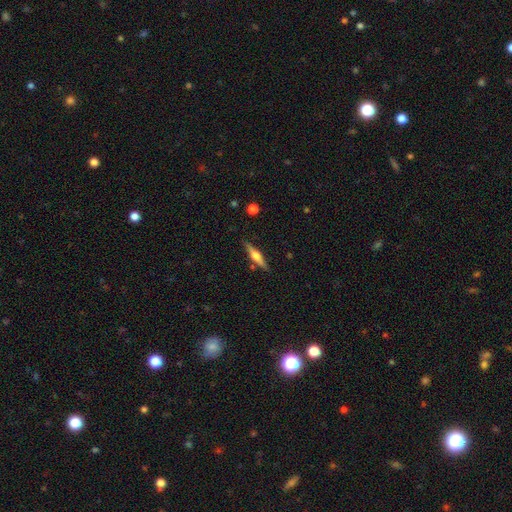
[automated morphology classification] featured or disk 67%, smooth 27%, star or artifact 6%. Down the decision tree: edge-on disk — yes (97%); edge-on bulge — rounded (90%); merging — none (86%).